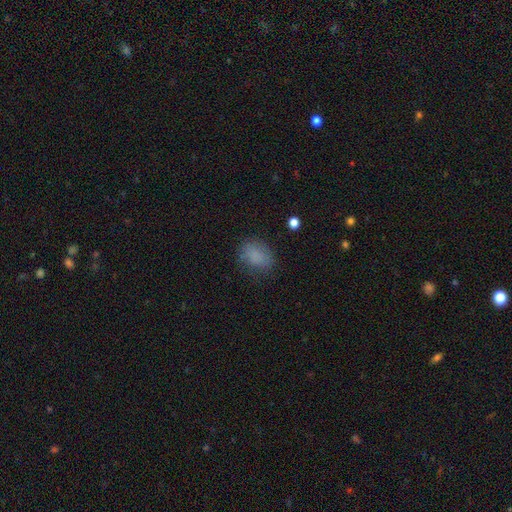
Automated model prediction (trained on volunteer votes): Smooth or featured? Predicted: smooth (p=0.83). How rounded? Predicted: in between (p=0.72). Merging? Predicted: none (p=0.74).